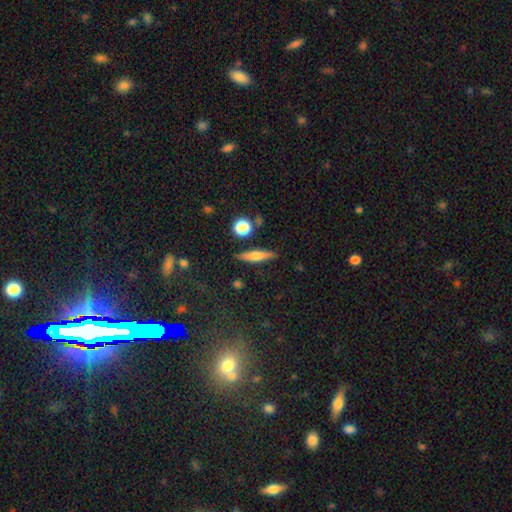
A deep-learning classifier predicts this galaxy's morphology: smooth_or_featured: smooth (p=0.61) [alt: featured or disk p=0.31]
how_rounded: cigar-shaped (p=0.77) [alt: in between p=0.18]
merging: none (p=0.85) [alt: minor disturbance p=0.09]